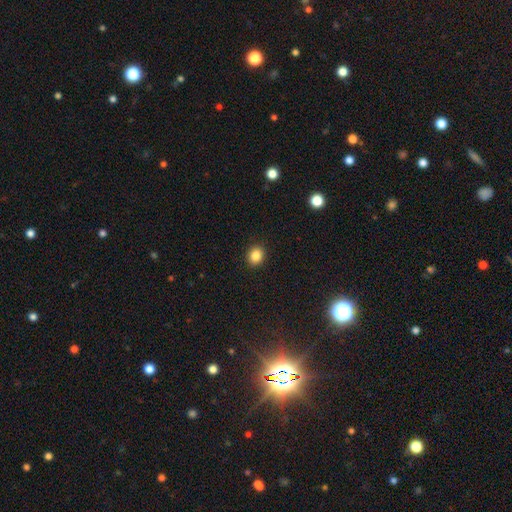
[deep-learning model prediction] Overall: smooth (86%). How rounded: round (71%). Merging: none (92%).